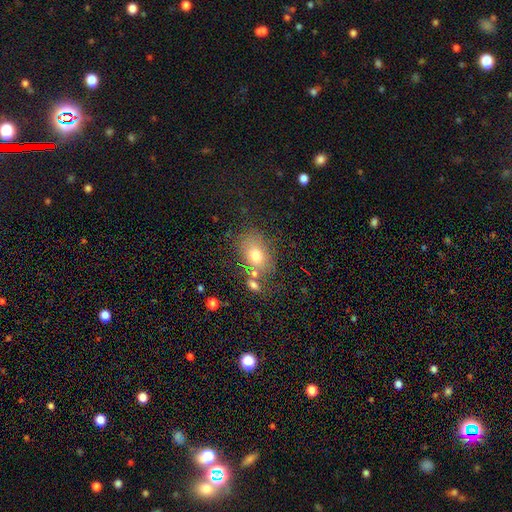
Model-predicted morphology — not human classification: Smooth or featured? Predicted: smooth (p=0.72). How rounded? Predicted: in between (p=0.73). Merging? Predicted: none (p=0.63).